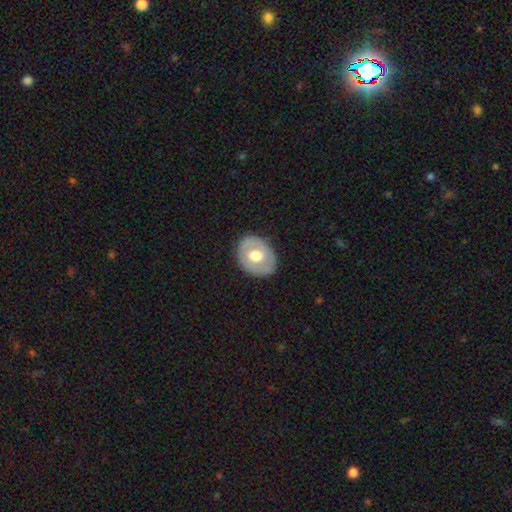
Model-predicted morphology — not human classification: The model was most divided on "smooth or featured": smooth: 53%, featured or disk: 41%, star or artifact: 6%. More confident: merging — none (83%); how rounded — in between (57%).